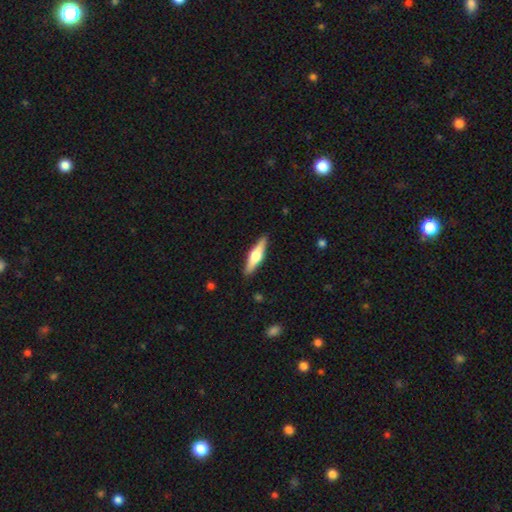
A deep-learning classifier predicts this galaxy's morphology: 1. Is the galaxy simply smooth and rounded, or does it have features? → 55% featured or disk, 39% smooth, 5% star or artifact.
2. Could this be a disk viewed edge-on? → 96% yes, 4% no.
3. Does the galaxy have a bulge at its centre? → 90% rounded, 7% boxy, 3% none.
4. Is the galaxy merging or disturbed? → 90% none, 7% minor disturbance, 2% major disturbance, 1% merger.